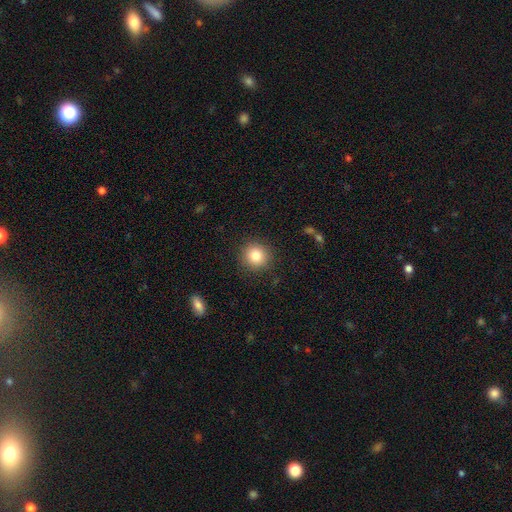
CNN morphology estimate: This appears to be a smooth galaxy with no disk features (82%) that is round (92%). Merging: none (89%).